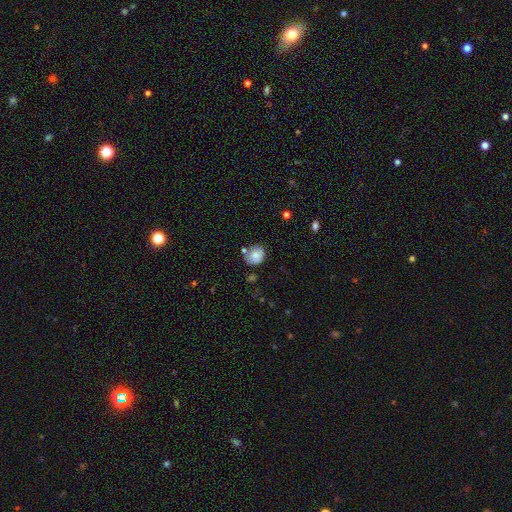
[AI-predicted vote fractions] Q: Smooth or featured?
A: smooth (81%); runner-up: featured or disk (11%)
Q: How rounded?
A: round (65%); runner-up: in between (34%)
Q: Merging?
A: none (64%); runner-up: minor disturbance (21%)